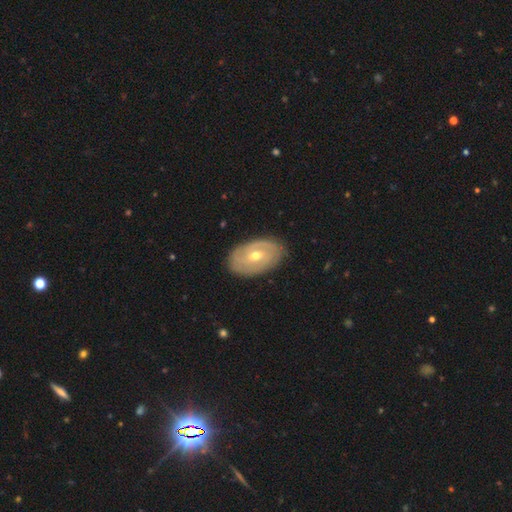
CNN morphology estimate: Smooth or featured? featured or disk (72%)
Edge-on disk? no (94%)
Bar? no (52%)
Spiral arms? yes (73%)
Bulge size? moderate (62%)
Merging? none (83%)